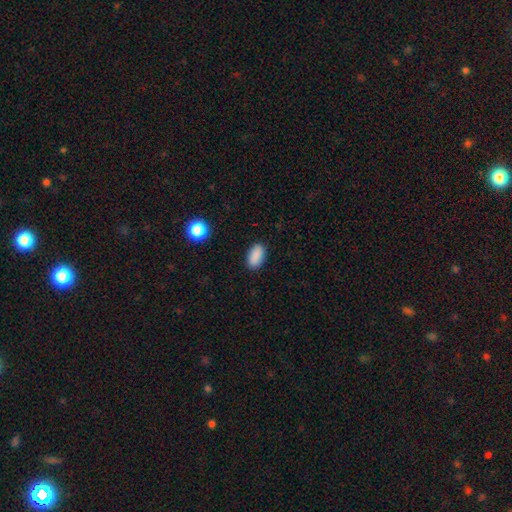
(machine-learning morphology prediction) Smooth or featured: smooth — 89% (star or artifact — 8%)
How rounded: in between — 92% (round — 5%)
Merging: none — 88% (minor disturbance — 9%)